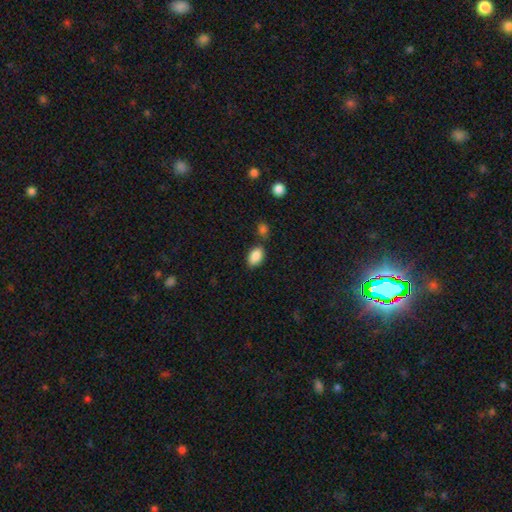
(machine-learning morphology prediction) This appears to be a smooth galaxy with no disk features (87%) that is in between round and cigar-shaped (90%). Merging: none (70%).